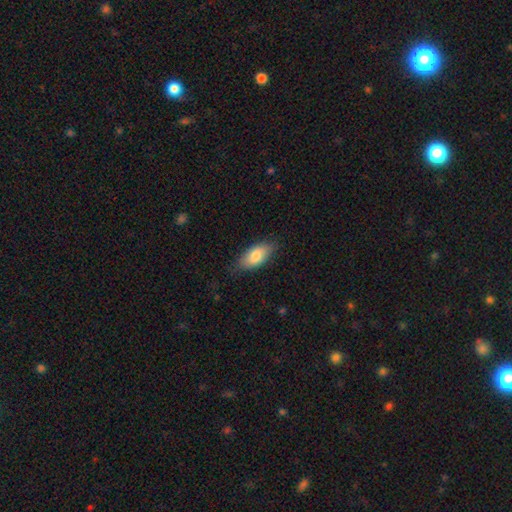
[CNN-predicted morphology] Smooth or featured: smooth — 80% (featured or disk — 14%)
How rounded: in between — 90% (cigar-shaped — 7%)
Merging: none — 80% (minor disturbance — 16%)